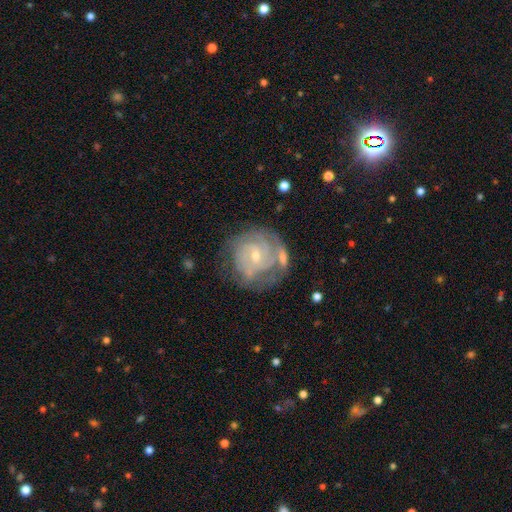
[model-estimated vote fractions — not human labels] Overall: featured or disk (82%). Edge-on disk: no (97%). Bar: no (50%; weak 41%). Spiral arms: yes (93%). Spiral arm count: can't tell (32%; 2 30%). Spiral winding: tight (69%). Bulge size: small (67%; moderate 29%). Merging: none (59%).